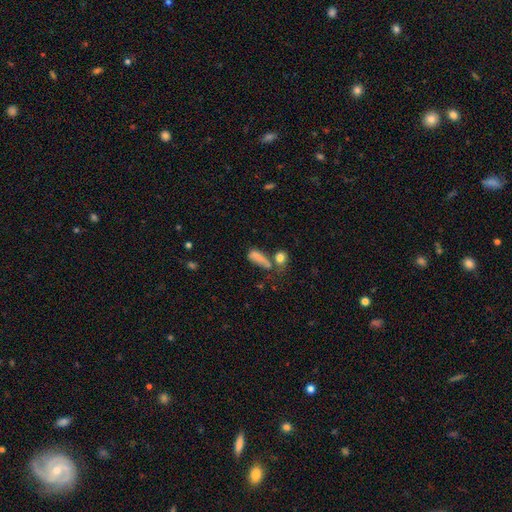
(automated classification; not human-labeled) smooth 76%, featured or disk 12%, star or artifact 11%. Down the decision tree: how rounded — in between (57%); merging — none (37%).